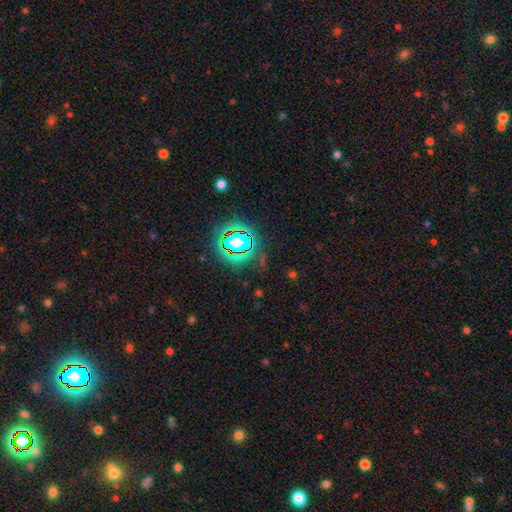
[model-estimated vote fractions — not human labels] A star or artifact, not a galaxy (77%).

Vote fractions:
- Smooth or featured? star or artifact: 77% / smooth: 13% / featured or disk: 10%